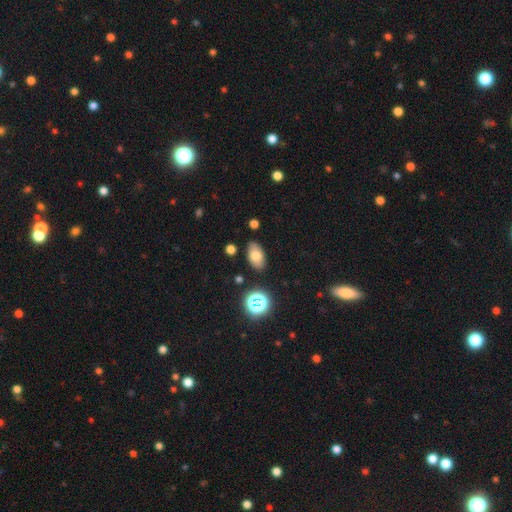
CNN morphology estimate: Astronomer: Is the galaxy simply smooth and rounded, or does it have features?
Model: smooth — 74%.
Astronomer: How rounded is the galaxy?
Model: in between — 91%.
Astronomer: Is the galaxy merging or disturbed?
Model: none — 83%.